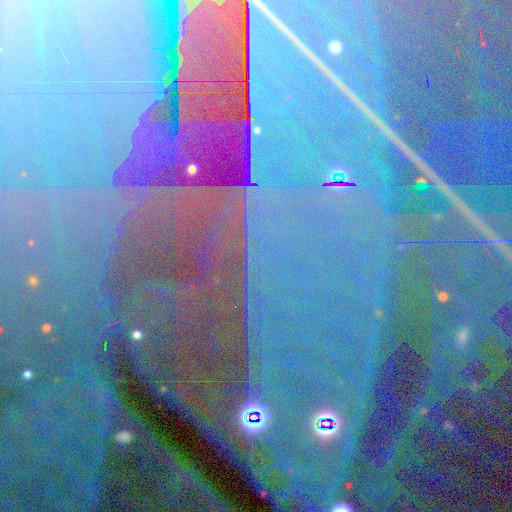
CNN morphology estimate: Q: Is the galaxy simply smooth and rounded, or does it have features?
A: star or artifact — 89%.